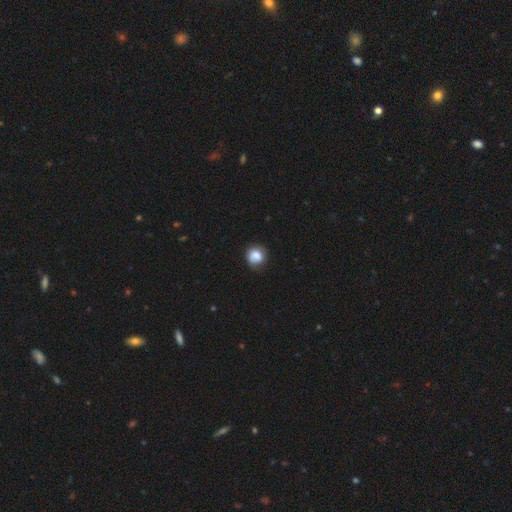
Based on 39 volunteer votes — Smooth or featured: smooth — 90% (star or artifact — 8%)
How rounded: round — 97% (in between — 3%)
Merging: none — 67% (minor disturbance — 22%)